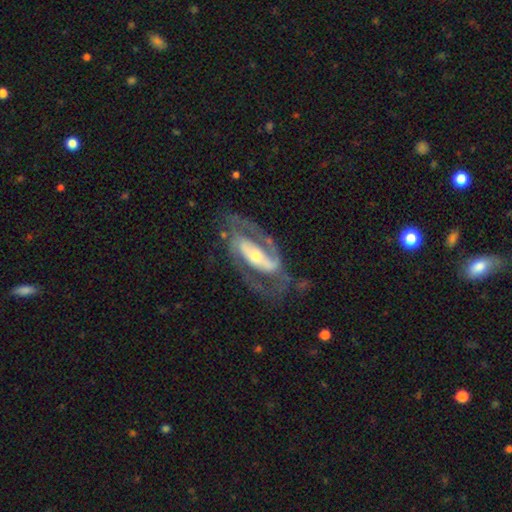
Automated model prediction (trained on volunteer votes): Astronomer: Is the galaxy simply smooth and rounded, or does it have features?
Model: featured or disk — 89%.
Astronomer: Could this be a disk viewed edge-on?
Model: no — 94%.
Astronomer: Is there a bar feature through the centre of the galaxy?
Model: strong — 53%.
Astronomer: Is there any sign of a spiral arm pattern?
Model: yes — 93%.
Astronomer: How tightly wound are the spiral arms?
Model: medium — 50% (runner-up: tight, 33%).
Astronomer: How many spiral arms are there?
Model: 2 — 88%.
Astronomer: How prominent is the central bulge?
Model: moderate — 51% (runner-up: small, 40%).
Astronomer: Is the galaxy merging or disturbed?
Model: none — 69%.